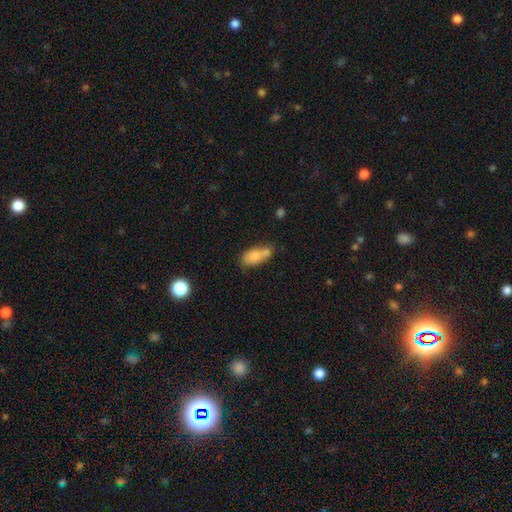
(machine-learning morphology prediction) smooth 78%, featured or disk 14%, star or artifact 9%. Down the decision tree: how rounded — in between (83%); merging — none (40%).